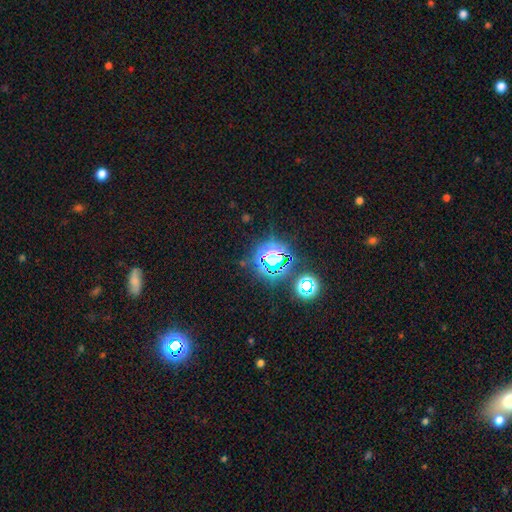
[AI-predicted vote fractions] star or artifact 74%, smooth 19%, featured or disk 7%.